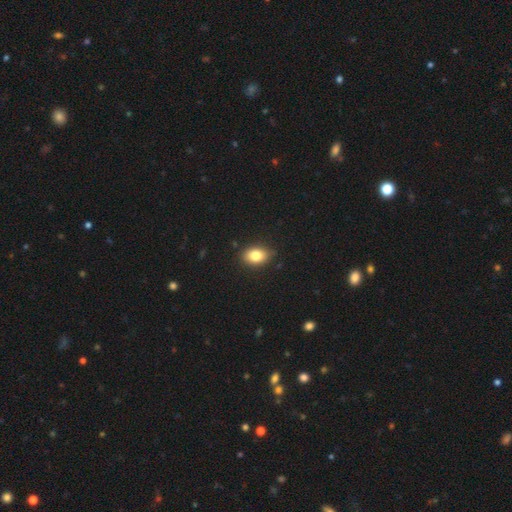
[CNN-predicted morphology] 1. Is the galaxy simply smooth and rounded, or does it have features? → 81% smooth, 9% featured or disk, 9% star or artifact.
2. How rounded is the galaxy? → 80% in between, 19% round, 2% cigar-shaped.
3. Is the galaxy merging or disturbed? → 85% none, 12% minor disturbance, 2% major disturbance, 1% merger.